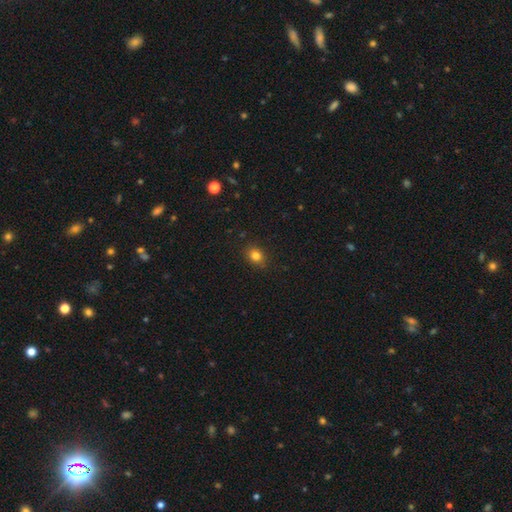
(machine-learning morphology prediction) Smooth or featured? Predicted: smooth (p=0.82). How rounded? Predicted: round (p=0.53). Merging? Predicted: none (p=0.87).